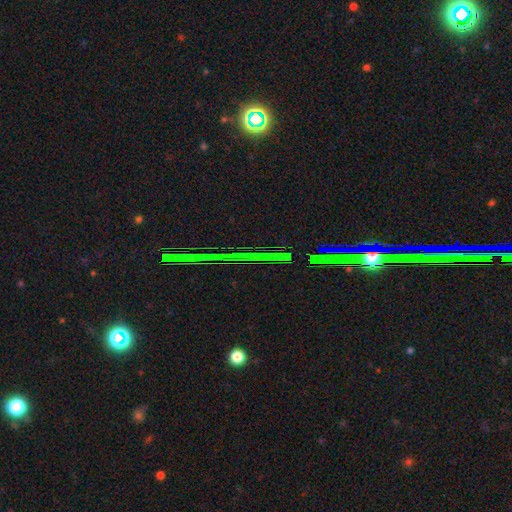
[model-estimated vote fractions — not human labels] A star or artifact, not a galaxy (72%).